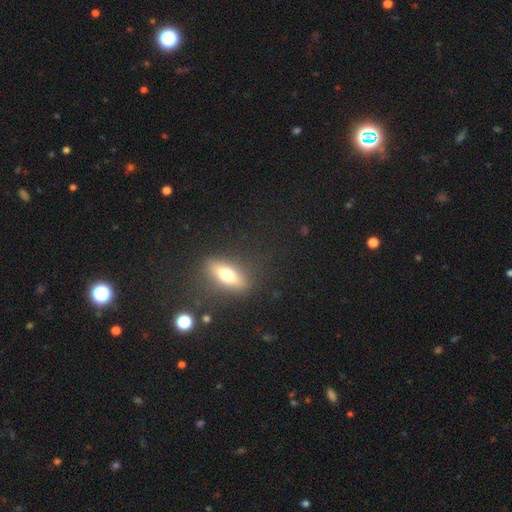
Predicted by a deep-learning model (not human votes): The model was most divided on "smooth or featured": featured or disk: 39%, smooth: 38%, star or artifact: 23%. More confident: merging — none (80%).